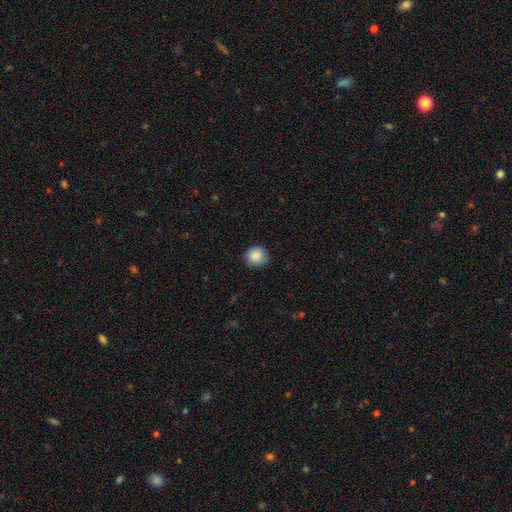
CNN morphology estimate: Smooth or featured: smooth — 88% (star or artifact — 8%)
How rounded: round — 91% (in between — 8%)
Merging: none — 86% (minor disturbance — 11%)